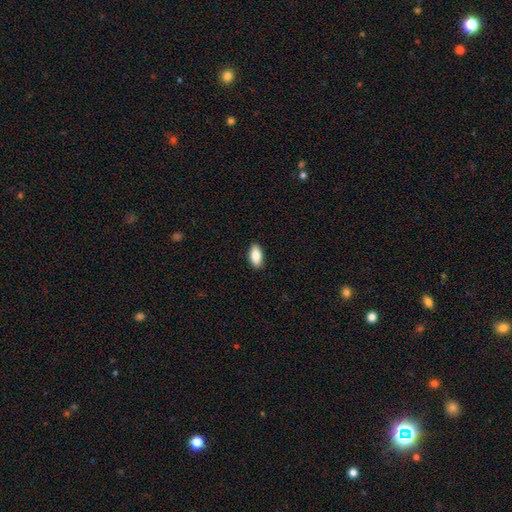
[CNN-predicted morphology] A smooth galaxy with no disk features (85%) that is in between round and cigar-shaped (90%).

Vote fractions:
- Smooth or featured? smooth: 85% / featured or disk: 8% / star or artifact: 7%
- How rounded? in between: 90% / cigar-shaped: 7% / round: 3%
- Merging? none: 89% / minor disturbance: 8% / major disturbance: 2% / merger: 1%